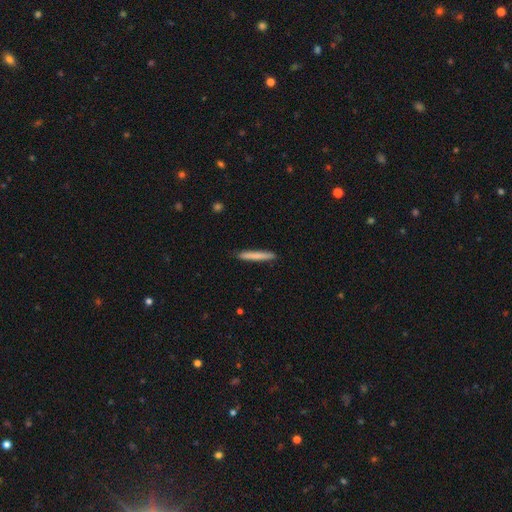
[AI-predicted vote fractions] smooth_or_featured: smooth (p=0.78) [alt: featured or disk p=0.16]
how_rounded: cigar-shaped (p=0.96) [alt: in between p=0.03]
merging: none (p=0.90) [alt: minor disturbance p=0.08]